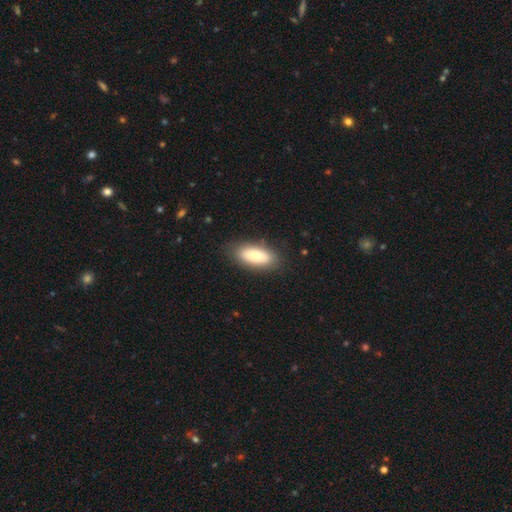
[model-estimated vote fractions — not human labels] The model was most divided on "smooth or featured": smooth: 77%, featured or disk: 17%, star or artifact: 6%. More confident: how rounded — in between (87%); merging — none (85%).